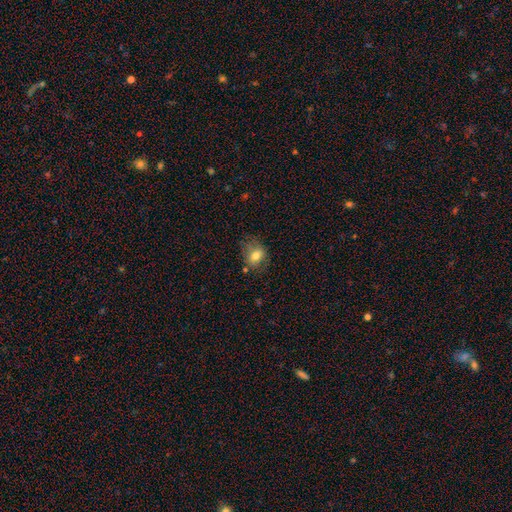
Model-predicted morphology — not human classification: Smooth or featured? Predicted: smooth (p=0.72). How rounded? Predicted: in between (p=0.53). Merging? Predicted: none (p=0.62).